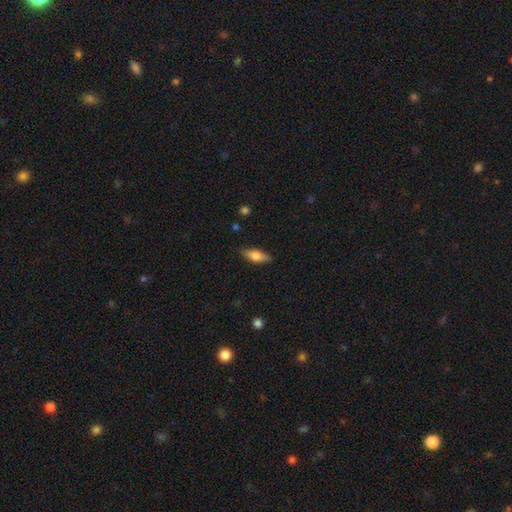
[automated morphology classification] smooth-or-featured: smooth: 58% | featured or disk: 35% | star or artifact: 7%
  how-rounded: in between: 63% | cigar-shaped: 33% | round: 3%
  merging: none: 83% | minor disturbance: 13% | major disturbance: 3% | merger: 1%